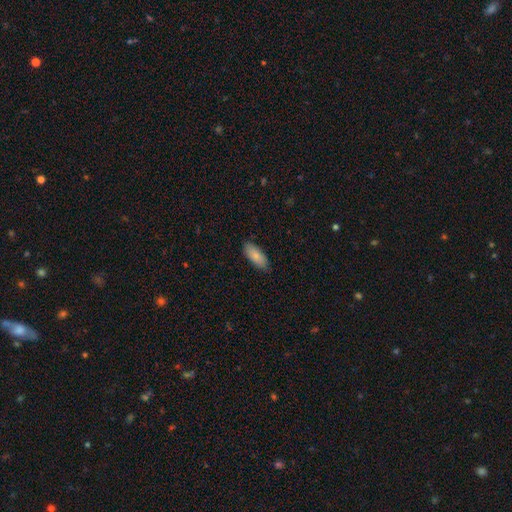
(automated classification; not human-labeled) Smooth or featured?
  - smooth: 83% *
  - featured or disk: 11%
  - star or artifact: 6%
How rounded?
  - in between: 85% *
  - cigar-shaped: 13%
  - round: 2%
Merging?
  - none: 85% *
  - minor disturbance: 12%
  - major disturbance: 2%
  - merger: 1%